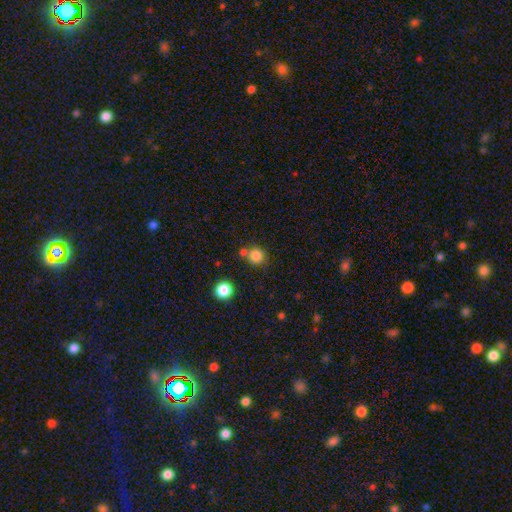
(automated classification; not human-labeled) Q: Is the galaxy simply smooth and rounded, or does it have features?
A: smooth — 82%.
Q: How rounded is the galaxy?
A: round — 89%.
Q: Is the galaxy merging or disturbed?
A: none — 68%.